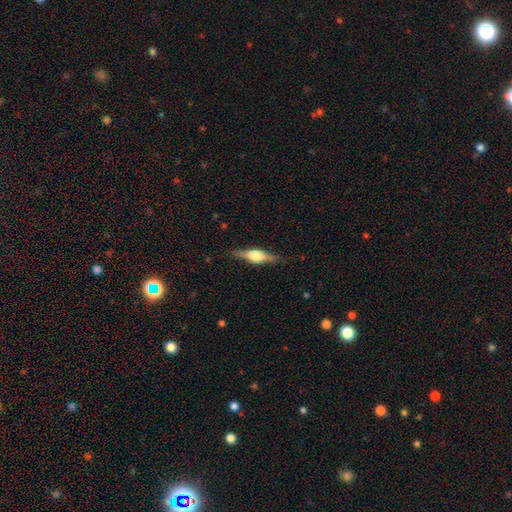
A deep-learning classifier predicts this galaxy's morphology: The model was most divided on "smooth or featured": featured or disk: 63%, smooth: 30%, star or artifact: 6%. More confident: edge-on disk — yes (96%); edge-on bulge — rounded (87%); merging — none (86%).